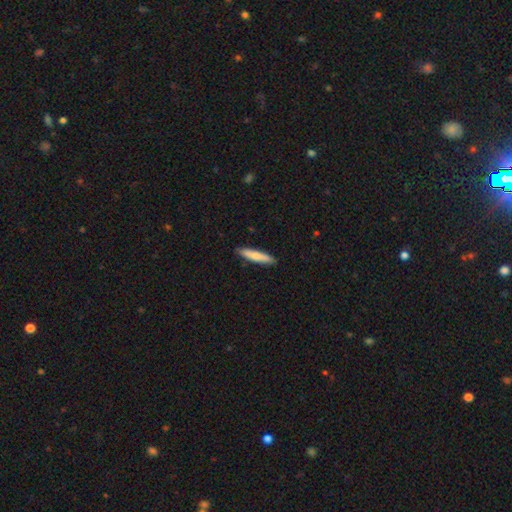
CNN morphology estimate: Smooth or featured? Predicted: smooth (p=0.75). How rounded? Predicted: cigar-shaped (p=0.88). Merging? Predicted: none (p=0.89).